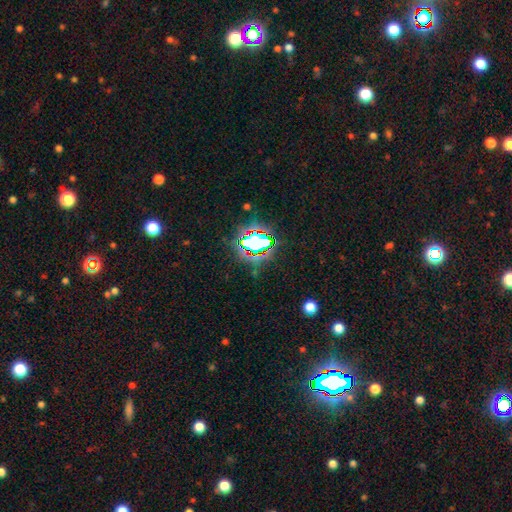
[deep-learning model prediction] Smooth or featured? star or artifact (60%)